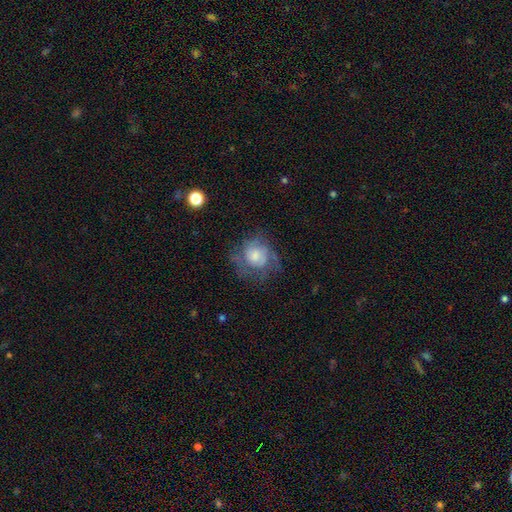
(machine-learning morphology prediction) Overall: featured or disk (49%; smooth 41%). Merging: none (47%; major disturbance 26%).